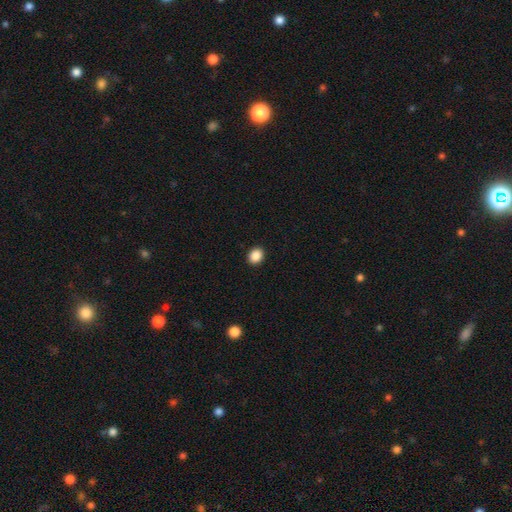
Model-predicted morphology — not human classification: Overall: smooth (88%). How rounded: round (60%; in between 39%). Merging: none (92%).